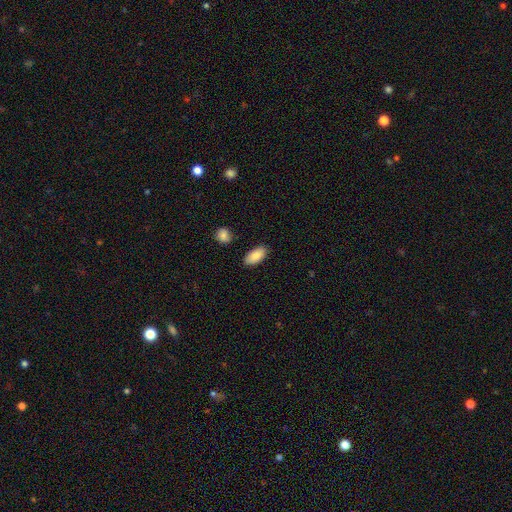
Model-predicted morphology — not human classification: This is clearly a smooth galaxy (88%). How rounded: clearly in between (92%). Merging: clearly none (85%).